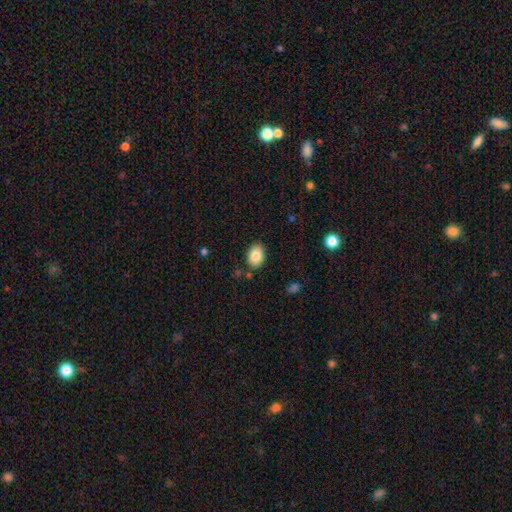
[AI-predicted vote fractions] Smooth or featured? Predicted: smooth (p=0.84). How rounded? Predicted: in between (p=0.75). Merging? Predicted: none (p=0.84).